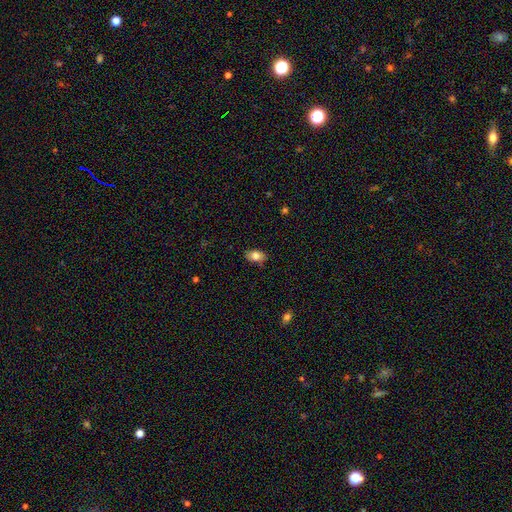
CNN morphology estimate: Q: Smooth or featured?
A: smooth (82%); runner-up: featured or disk (10%)
Q: How rounded?
A: in between (87%); runner-up: round (11%)
Q: Merging?
A: none (84%); runner-up: minor disturbance (12%)